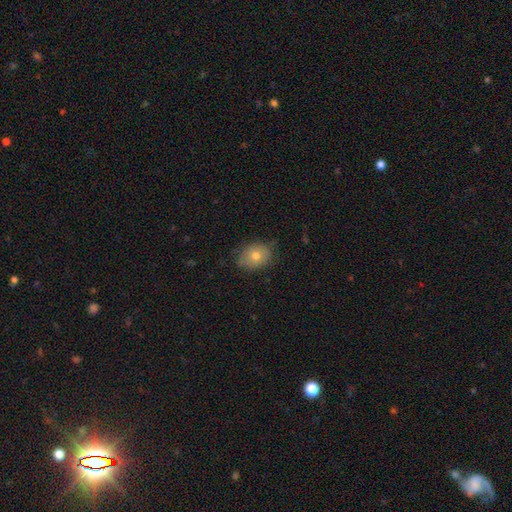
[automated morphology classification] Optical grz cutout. It shows a smooth galaxy with no disk features (71%) that is in between round and cigar-shaped (64%). Merging: none (76%).